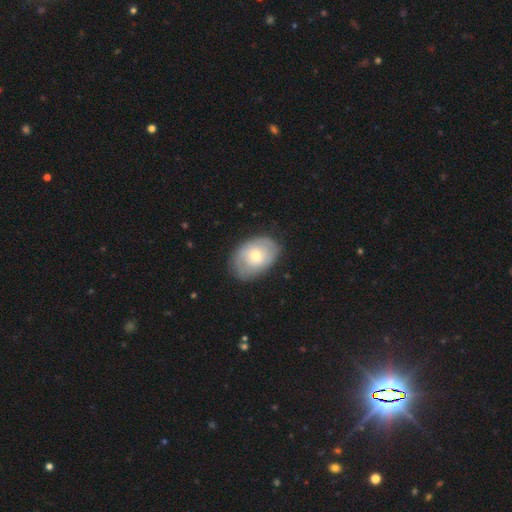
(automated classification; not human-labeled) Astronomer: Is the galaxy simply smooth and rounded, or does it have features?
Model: smooth — 52% (runner-up: featured or disk, 42%).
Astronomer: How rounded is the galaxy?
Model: in between — 76%.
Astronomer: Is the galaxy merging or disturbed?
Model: none — 76%.